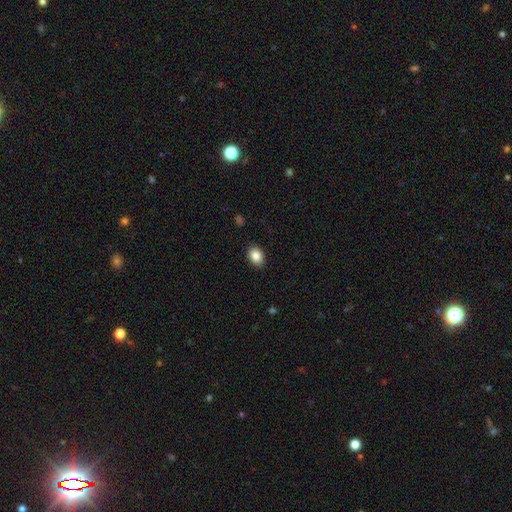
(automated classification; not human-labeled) A smooth galaxy with no disk features (87%) that is in between round and cigar-shaped (74%). Merging: none (89%).